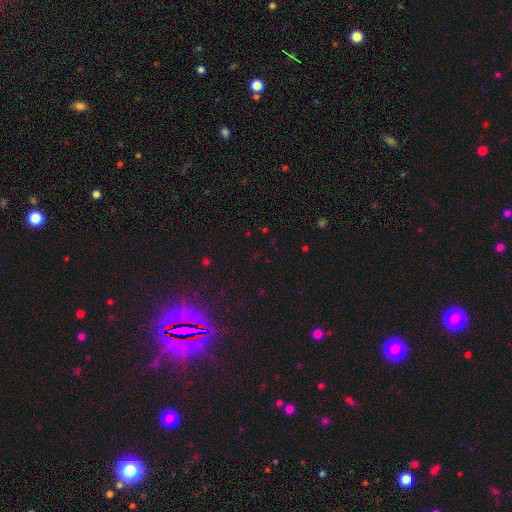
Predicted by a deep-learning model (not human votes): smooth_or_featured: star or artifact (p=0.70) [alt: smooth p=0.22]